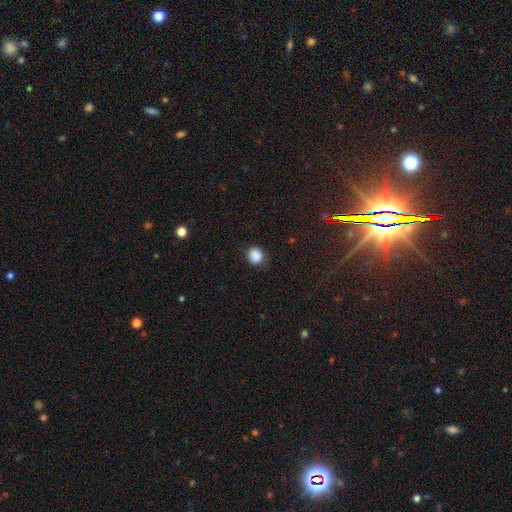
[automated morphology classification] smooth 87%, star or artifact 10%, featured or disk 3%. Down the decision tree: how rounded — round (80%); merging — none (84%).